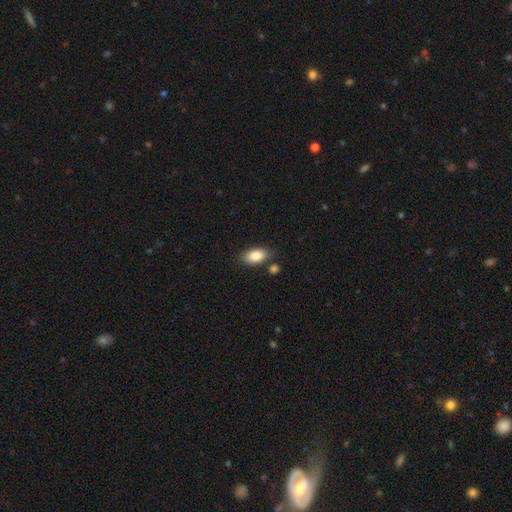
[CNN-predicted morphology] Smooth or featured: smooth — 84% (featured or disk — 9%)
How rounded: in between — 91% (round — 6%)
Merging: none — 75% (minor disturbance — 14%)